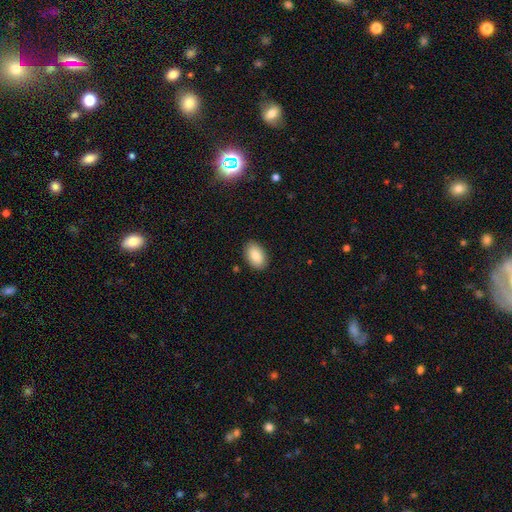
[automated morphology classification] Q: Smooth or featured?
A: smooth (84%); runner-up: featured or disk (9%)
Q: How rounded?
A: in between (92%); runner-up: round (7%)
Q: Merging?
A: none (88%); runner-up: minor disturbance (9%)